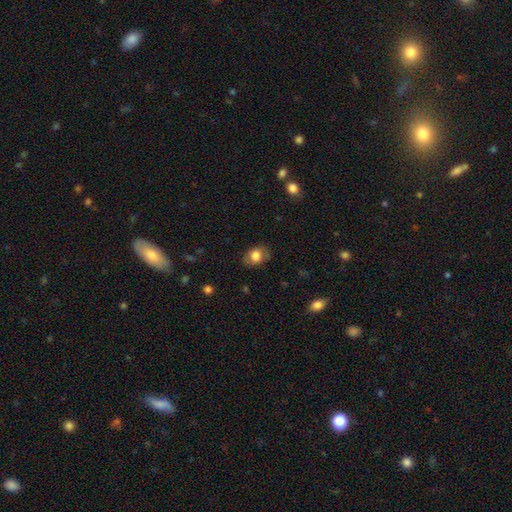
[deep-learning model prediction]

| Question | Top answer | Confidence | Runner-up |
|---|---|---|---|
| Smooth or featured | smooth | 79% | featured or disk (13%) |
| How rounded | in between | 65% | round (34%) |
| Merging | none | 77% | minor disturbance (18%) |